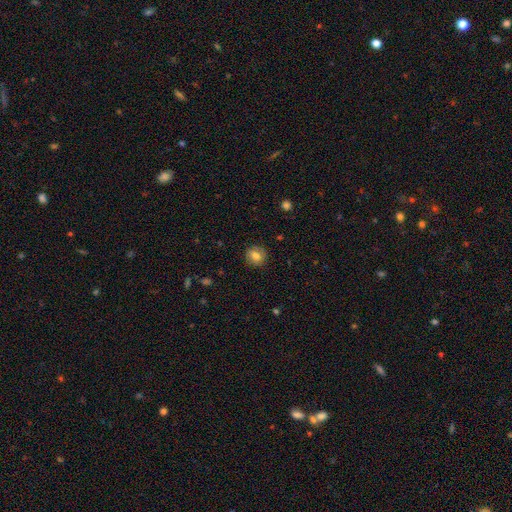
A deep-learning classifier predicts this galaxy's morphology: A smooth galaxy with no disk features (78%) that is round (83%).

Vote fractions:
- Smooth or featured? smooth: 78% / featured or disk: 13% / star or artifact: 9%
- How rounded? round: 83% / in between: 16% / cigar-shaped: 1%
- Merging? none: 88% / minor disturbance: 9% / major disturbance: 3% / merger: 1%